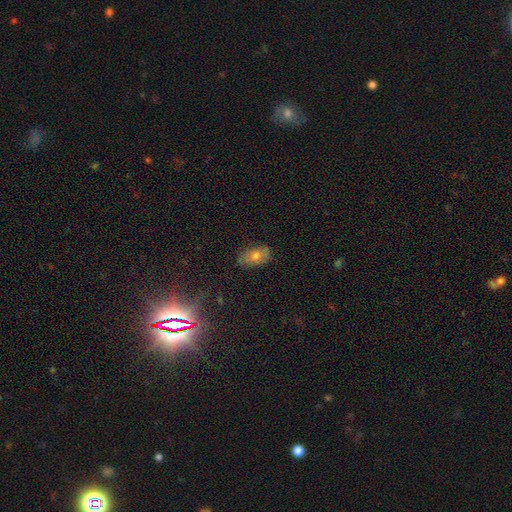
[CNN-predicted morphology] Smooth or featured? Predicted: smooth (p=0.56). How rounded? Predicted: in between (p=0.88). Merging? Predicted: none (p=0.81).